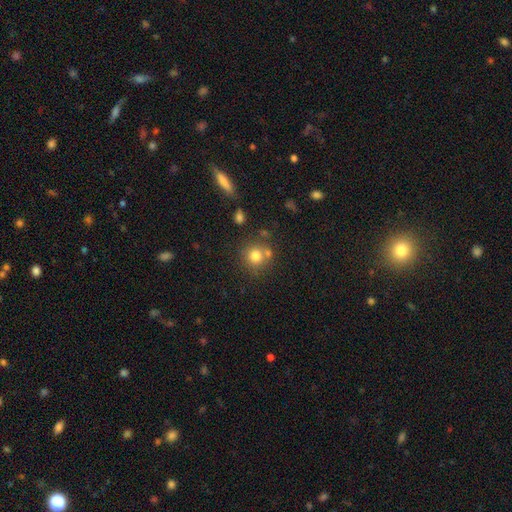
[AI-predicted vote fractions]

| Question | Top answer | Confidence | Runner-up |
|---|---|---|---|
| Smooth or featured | smooth | 78% | star or artifact (12%) |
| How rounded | round | 90% | in between (9%) |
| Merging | none | 68% | merger (17%) |